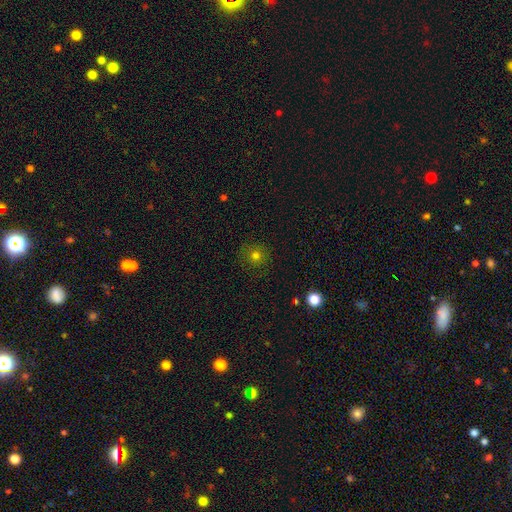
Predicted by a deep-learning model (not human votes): smooth_or_featured: smooth (p=0.75) [alt: star or artifact p=0.17]
how_rounded: round (p=0.93) [alt: in between p=0.06]
merging: none (p=0.87) [alt: minor disturbance p=0.09]